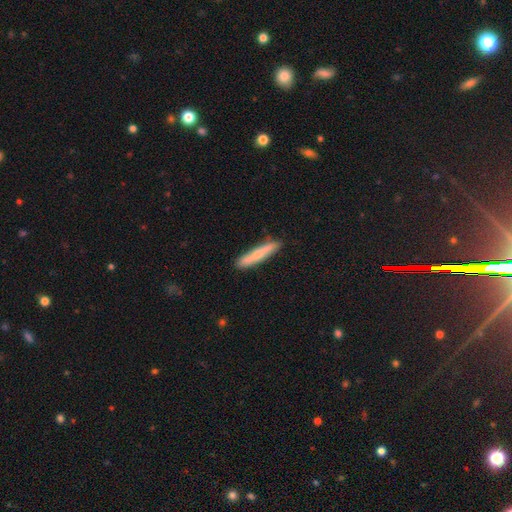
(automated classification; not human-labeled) This is likely a smooth galaxy (63%). How rounded: clearly cigar-shaped (92%). Merging: clearly none (87%).